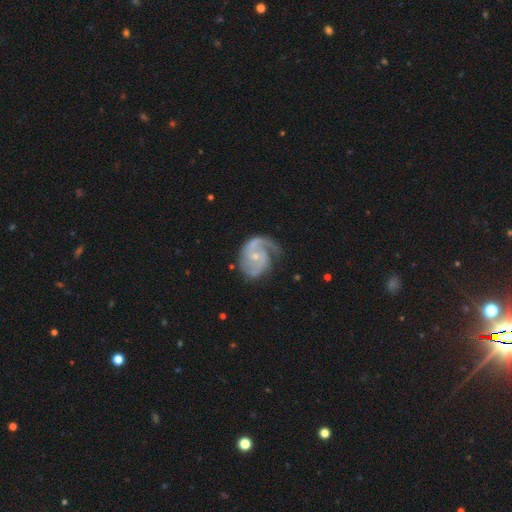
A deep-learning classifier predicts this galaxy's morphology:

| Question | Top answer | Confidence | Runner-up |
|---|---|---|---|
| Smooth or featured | featured or disk | 89% | smooth (6%) |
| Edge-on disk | no | 98% | yes (2%) |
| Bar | no | 61% | weak (32%) |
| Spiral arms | yes | 97% | no (3%) |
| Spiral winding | medium | 51% | tight (33%) |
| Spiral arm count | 2 | 73% | 1 (11%) |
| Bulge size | small | 70% | moderate (26%) |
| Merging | none | 63% | minor disturbance (22%) |